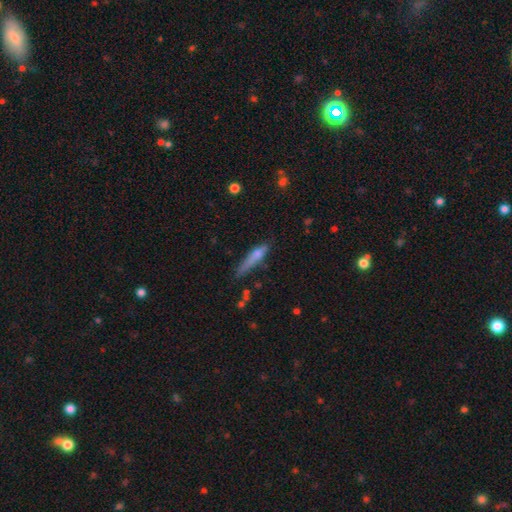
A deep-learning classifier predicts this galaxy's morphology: Smooth or featured? Predicted: smooth (p=0.66). How rounded? Predicted: cigar-shaped (p=0.84). Merging? Predicted: none (p=0.51).